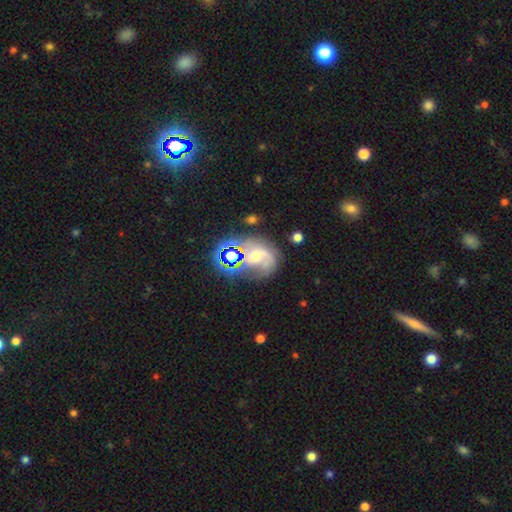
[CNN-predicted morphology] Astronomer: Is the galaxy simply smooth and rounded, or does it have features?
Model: featured or disk — 62%.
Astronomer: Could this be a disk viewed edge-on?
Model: no — 97%.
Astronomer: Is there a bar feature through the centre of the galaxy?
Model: no — 50% (runner-up: weak, 38%).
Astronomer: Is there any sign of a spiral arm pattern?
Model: yes — 88%.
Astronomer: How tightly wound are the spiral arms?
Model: medium — 45% (runner-up: loose, 31%).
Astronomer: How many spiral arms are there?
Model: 2 — 50%.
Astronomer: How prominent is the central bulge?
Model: small — 53% (runner-up: moderate, 35%).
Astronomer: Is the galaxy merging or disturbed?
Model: none — 47%.